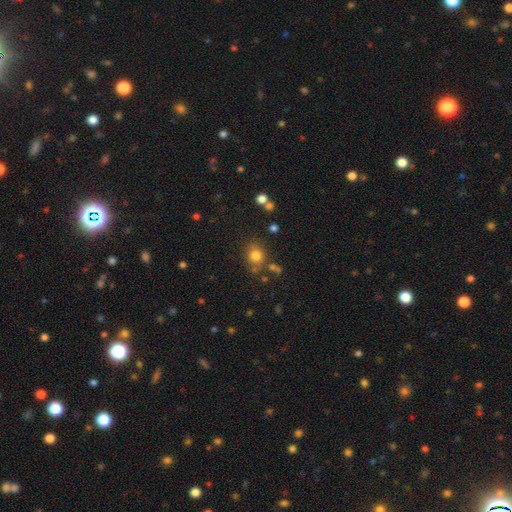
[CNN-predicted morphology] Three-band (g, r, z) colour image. It shows a smooth galaxy with no disk features (78%) that is round (76%). Merging: none (73%).